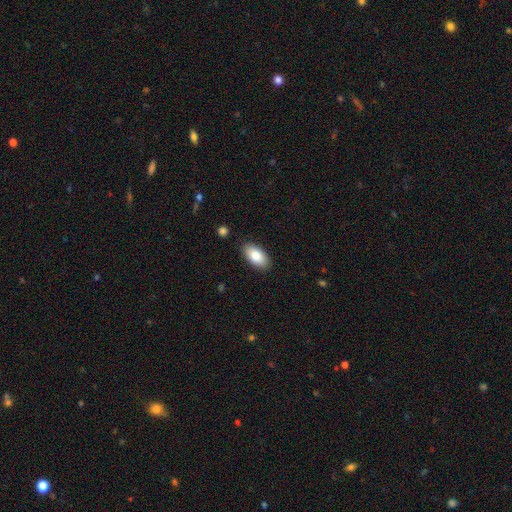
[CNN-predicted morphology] The model was most divided on "smooth or featured": smooth: 83%, featured or disk: 10%, star or artifact: 7%. More confident: how rounded — in between (94%); merging — none (87%).